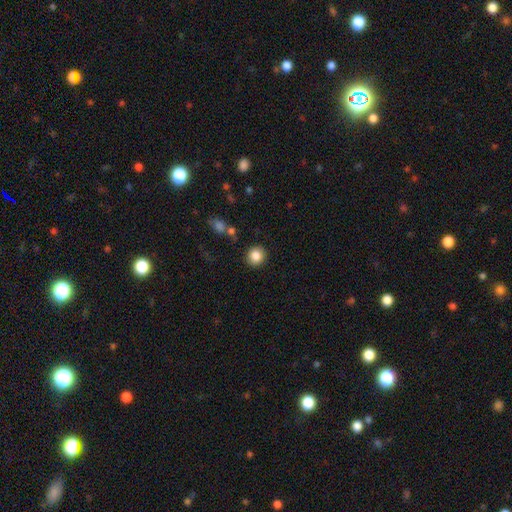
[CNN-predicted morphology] smooth 86%, star or artifact 9%, featured or disk 5%. Down the decision tree: how rounded — round (87%); merging — none (89%).